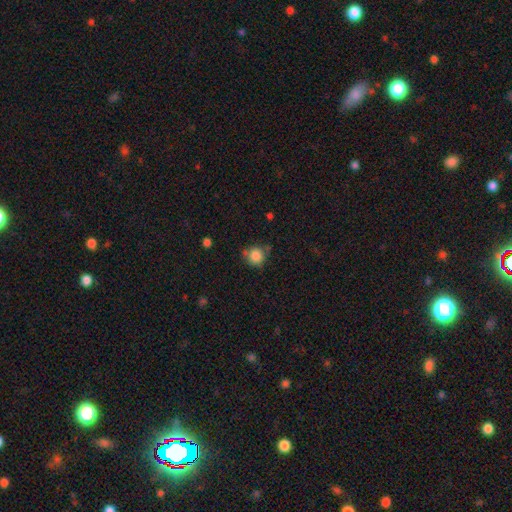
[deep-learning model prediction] This appears to be a smooth galaxy with no disk features (84%) that is round (90%). Merging: none (68%).